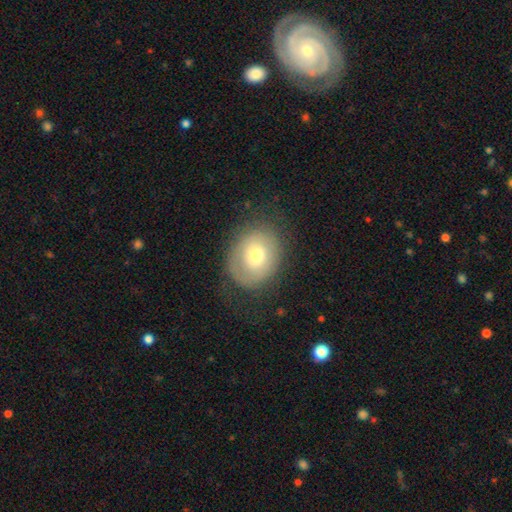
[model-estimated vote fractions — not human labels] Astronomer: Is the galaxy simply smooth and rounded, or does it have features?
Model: smooth — 64%.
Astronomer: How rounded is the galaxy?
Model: round — 54% (runner-up: in between, 45%).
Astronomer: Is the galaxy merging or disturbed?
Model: none — 73%.